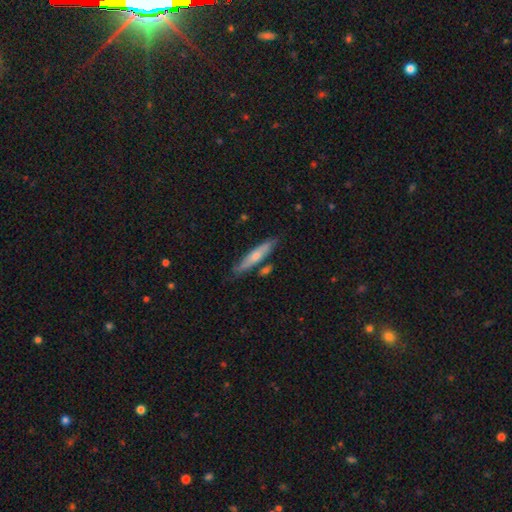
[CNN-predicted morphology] Smooth or featured: featured or disk — 54% (smooth — 34%)
Edge-on disk: yes — 91% (no — 9%)
Merging: none — 83% (minor disturbance — 11%)